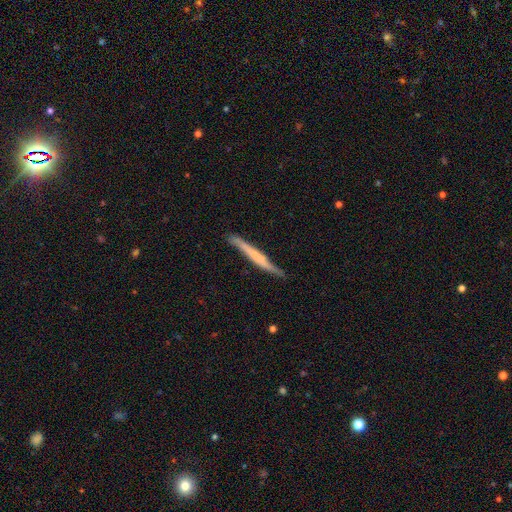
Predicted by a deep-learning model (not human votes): smooth-or-featured: featured or disk: 51% | smooth: 44% | star or artifact: 6%
  disk-edge-on: yes: 93% | no: 7%
  merging: none: 75% | minor disturbance: 19% | major disturbance: 3% | merger: 2%